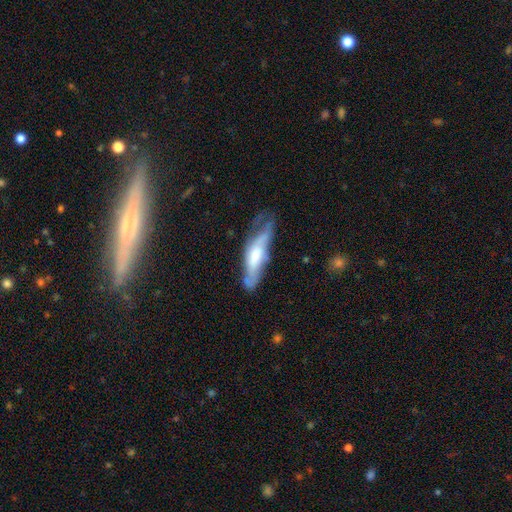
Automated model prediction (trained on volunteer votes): The model was most divided on "merging": none: 42%, minor disturbance: 32%, major disturbance: 22%, merger: 4%. More confident: edge-on disk — no (60%); smooth or featured — featured or disk (53%).